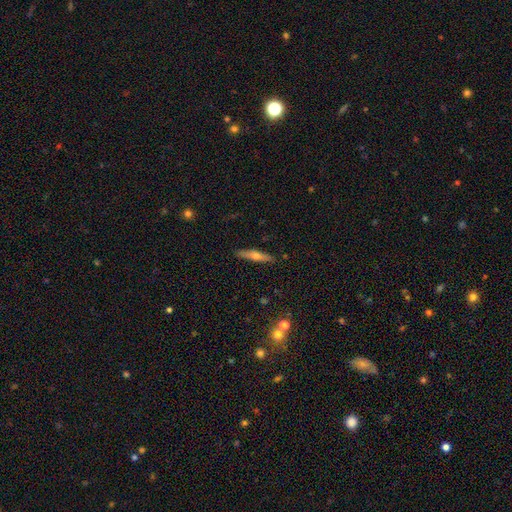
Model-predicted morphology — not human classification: Smooth or featured?
  - featured or disk: 48% *
  - smooth: 45%
  - star or artifact: 8%
Merging?
  - none: 89% *
  - minor disturbance: 8%
  - major disturbance: 2%
  - merger: 1%